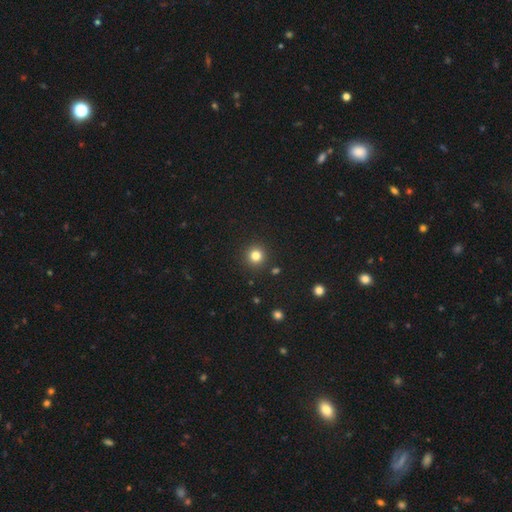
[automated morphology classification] Smooth or featured: smooth — 81% (star or artifact — 13%)
How rounded: round — 94% (in between — 5%)
Merging: none — 91% (minor disturbance — 5%)